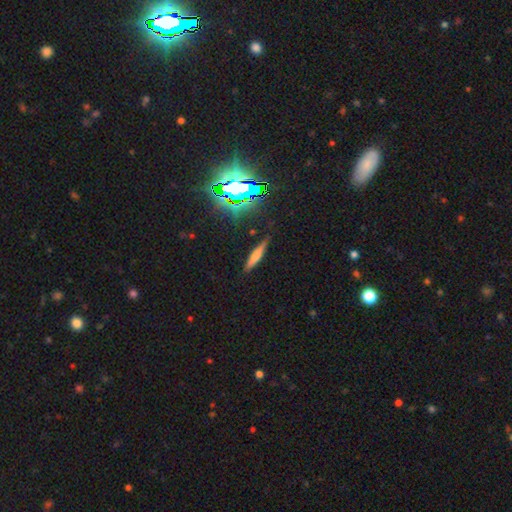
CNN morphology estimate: Smooth or featured: smooth — 59% (featured or disk — 26%)
How rounded: cigar-shaped — 87% (in between — 10%)
Merging: none — 85% (minor disturbance — 11%)